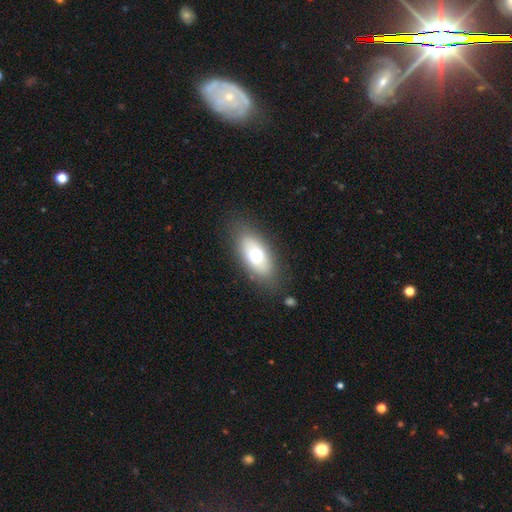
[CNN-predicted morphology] This appears to be a smooth galaxy with no disk features (68%) that is in between round and cigar-shaped (84%). Merging: none (81%).